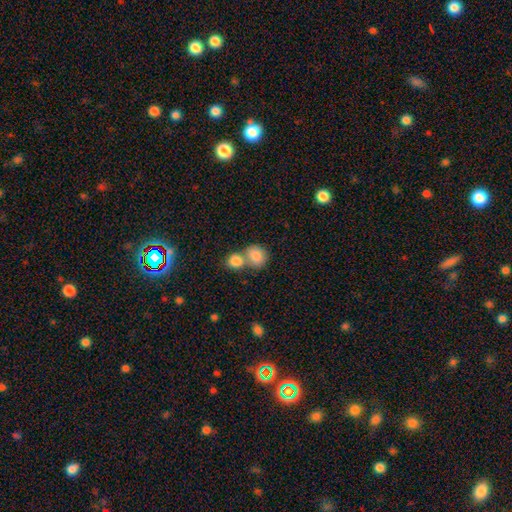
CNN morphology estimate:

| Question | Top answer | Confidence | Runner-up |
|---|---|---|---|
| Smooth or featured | smooth | 85% | star or artifact (8%) |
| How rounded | round | 74% | in between (25%) |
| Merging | merger | 53% | none (37%) |